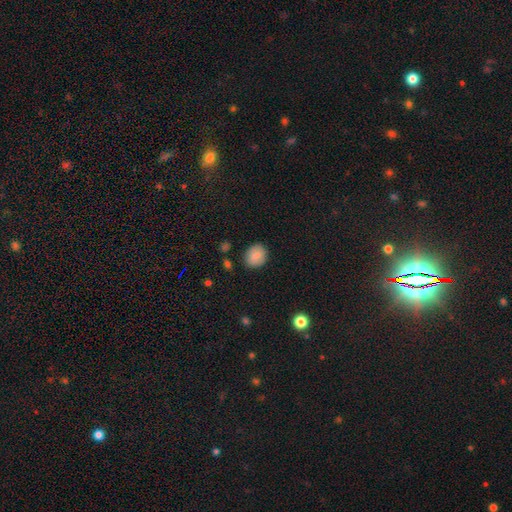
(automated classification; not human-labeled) smooth 86%, star or artifact 8%, featured or disk 6%. Down the decision tree: how rounded — round (67%); merging — none (84%).